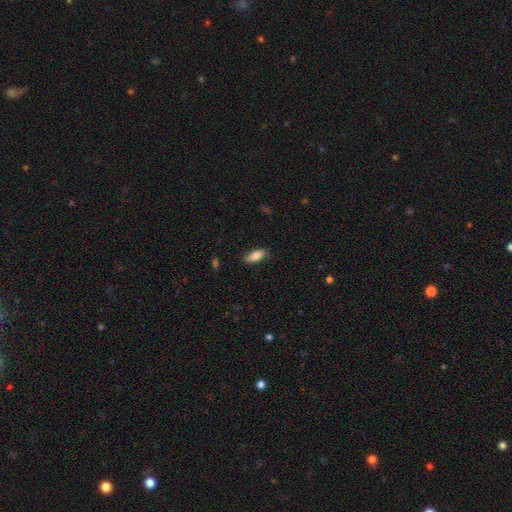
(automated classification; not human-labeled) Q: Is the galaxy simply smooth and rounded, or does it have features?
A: smooth — 72%.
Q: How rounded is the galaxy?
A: in between — 76%.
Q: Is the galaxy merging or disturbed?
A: none — 79%.